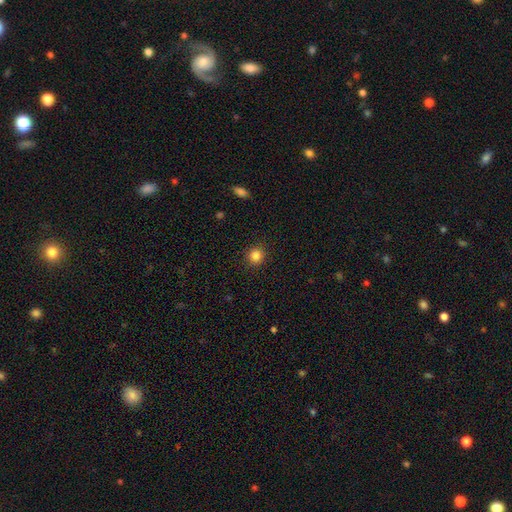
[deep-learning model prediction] Smooth or featured? Predicted: smooth (p=0.84). How rounded? Predicted: round (p=0.91). Merging? Predicted: none (p=0.91).